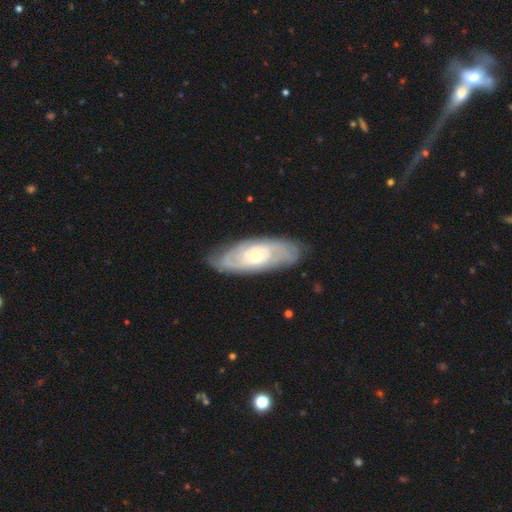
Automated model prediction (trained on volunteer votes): Smooth or featured?
  - featured or disk: 78% *
  - smooth: 17%
  - star or artifact: 5%
Edge-on disk?
  - no: 89% *
  - yes: 11%
Bar?
  - no: 71% *
  - weak: 24%
  - strong: 5%
Spiral arms?
  - yes: 90% *
  - no: 10%
Spiral winding?
  - tight: 68% *
  - medium: 25%
  - loose: 7%
Spiral arm count?
  - can't tell: 43% *
  - 2: 35%
  - 3: 10%
  - 4: 5%
  - 1: 4%
  - more than 4: 3%
Bulge size?
  - moderate: 52% *
  - small: 42%
  - large: 4%
  - none: 1%
  - dominant: 1%
Merging?
  - none: 81% *
  - minor disturbance: 15%
  - major disturbance: 4%
  - merger: 1%